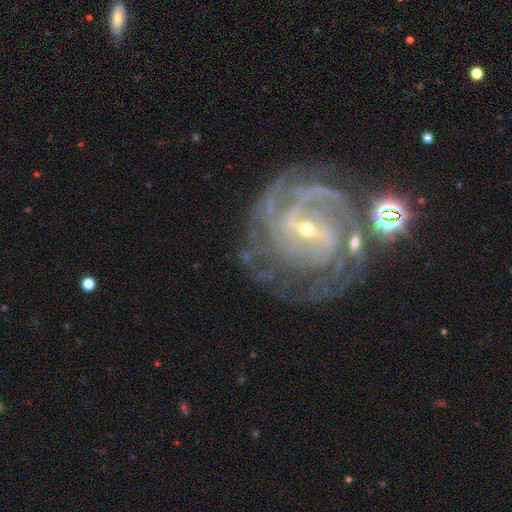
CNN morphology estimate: Smooth or featured: featured or disk — 90% (star or artifact — 6%)
Edge-on disk: no — 97% (yes — 3%)
Bar: weak — 43% (strong — 42%)
Spiral arms: yes — 97% (no — 3%)
Spiral winding: tight — 69% (medium — 26%)
Spiral arm count: 4 — 26% (can't tell — 23%)
Bulge size: small — 69% (moderate — 27%)
Merging: none — 66% (minor disturbance — 17%)